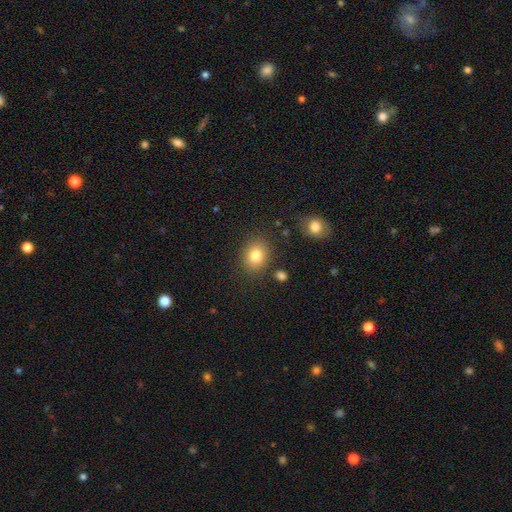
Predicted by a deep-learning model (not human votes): smooth-or-featured: smooth: 82% | star or artifact: 10% | featured or disk: 8%
  how-rounded: round: 51% | in between: 48% | cigar-shaped: 1%
  merging: none: 83% | minor disturbance: 10% | merger: 3% | major disturbance: 3%